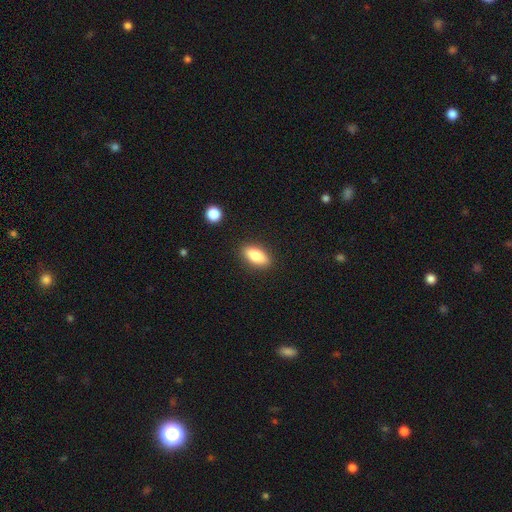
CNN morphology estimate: smooth 79%, featured or disk 14%, star or artifact 7%. Down the decision tree: how rounded — in between (82%); merging — none (88%).